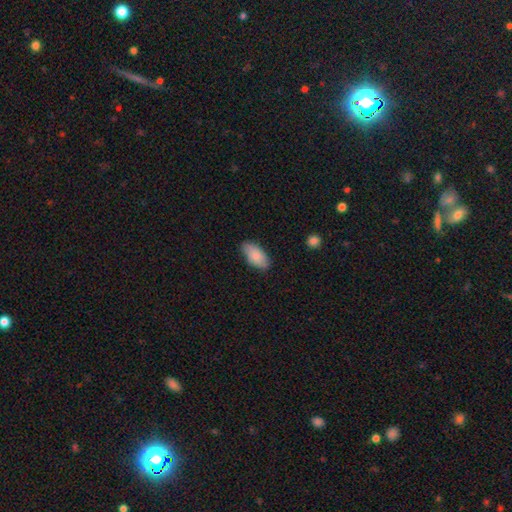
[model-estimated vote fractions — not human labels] smooth_or_featured: smooth (p=0.85) [alt: featured or disk p=0.09]
how_rounded: in between (p=0.93) [alt: cigar-shaped p=0.05]
merging: none (p=0.81) [alt: minor disturbance p=0.15]